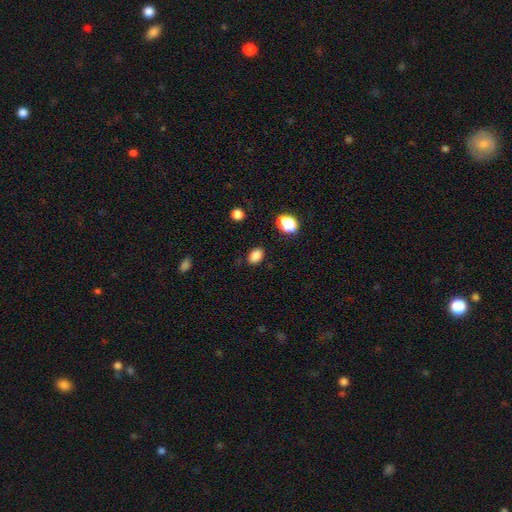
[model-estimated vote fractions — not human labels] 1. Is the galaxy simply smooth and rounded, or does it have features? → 84% smooth, 12% star or artifact, 4% featured or disk.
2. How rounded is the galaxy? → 77% in between, 22% round, 1% cigar-shaped.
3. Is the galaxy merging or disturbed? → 85% none, 10% minor disturbance, 3% major disturbance, 2% merger.